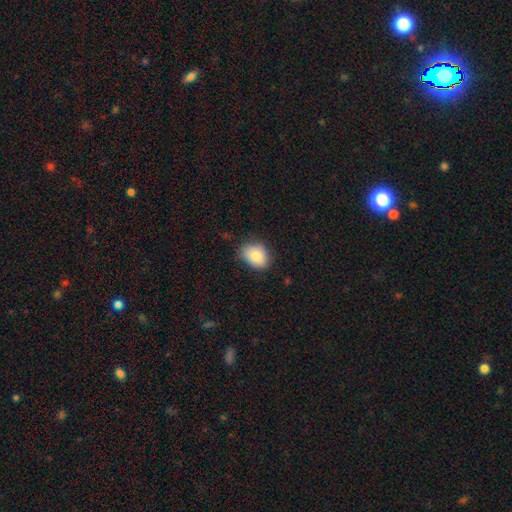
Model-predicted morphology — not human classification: This is clearly a smooth galaxy (82%). How rounded: likely in between (72%). Merging: likely none (75%).